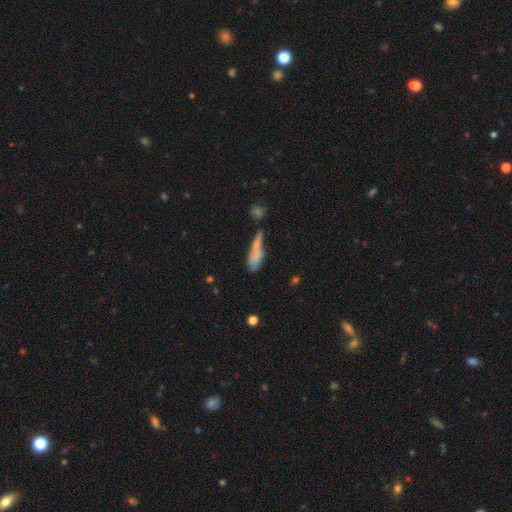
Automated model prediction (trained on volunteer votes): Smooth or featured? smooth (68%)
How rounded? in between (49%)
Merging? none (32%)